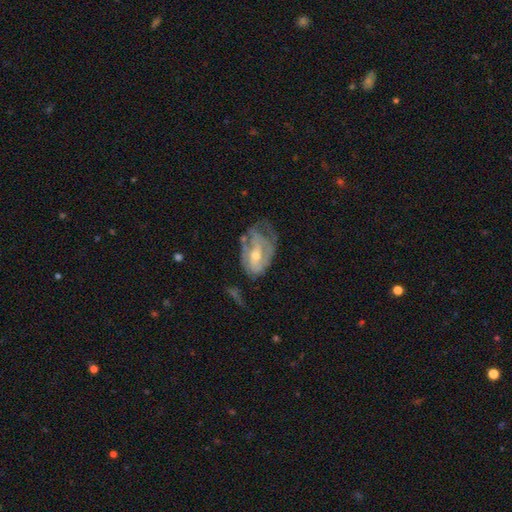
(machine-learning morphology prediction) smooth_or_featured: featured or disk (p=0.70) [alt: smooth p=0.22]
disk_edge_on: no (p=0.95) [alt: yes p=0.05]
bar: no (p=0.54) [alt: weak p=0.36]
has_spiral_arms: yes (p=0.66) [alt: no p=0.34]
bulge_size: moderate (p=0.52) [alt: small p=0.42]
merging: none (p=0.35) [alt: major disturbance p=0.32]